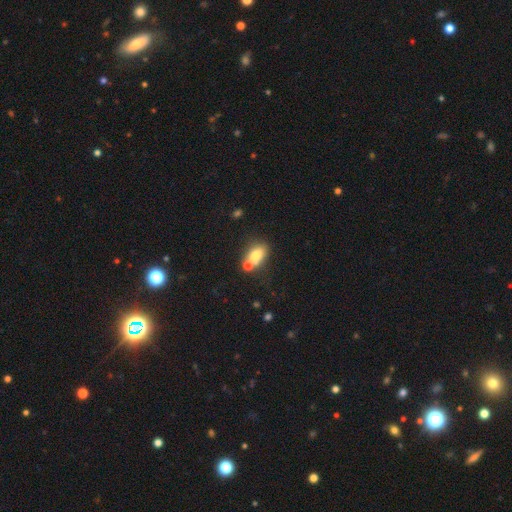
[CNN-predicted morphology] smooth 75%, featured or disk 15%, star or artifact 10%. Down the decision tree: how rounded — in between (80%); merging — none (48%).